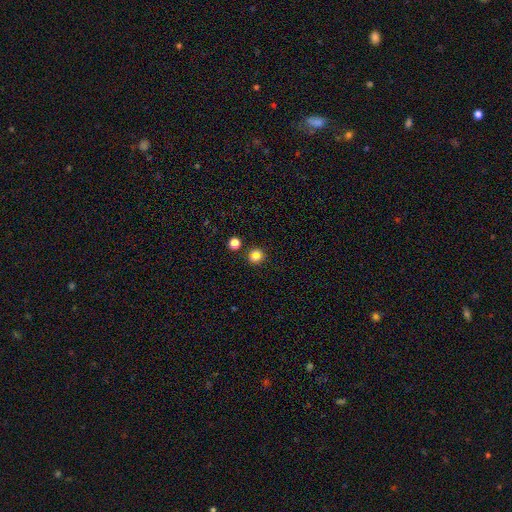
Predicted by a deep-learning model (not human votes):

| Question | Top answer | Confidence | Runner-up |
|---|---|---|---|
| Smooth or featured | smooth | 74% | star or artifact (17%) |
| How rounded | round | 88% | in between (11%) |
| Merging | none | 76% | merger (12%) |